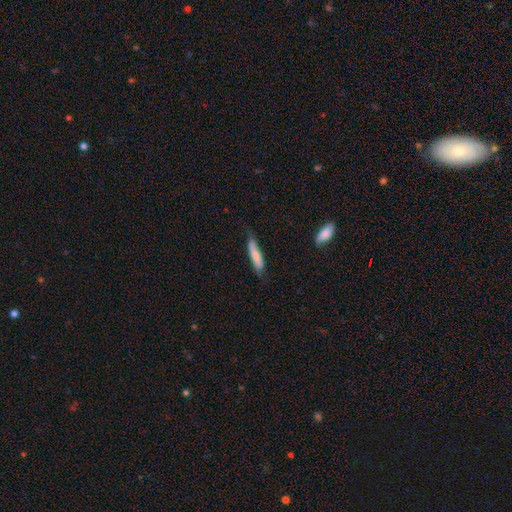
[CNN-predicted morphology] Smooth or featured? smooth (72%)
How rounded? cigar-shaped (80%)
Merging? none (67%)